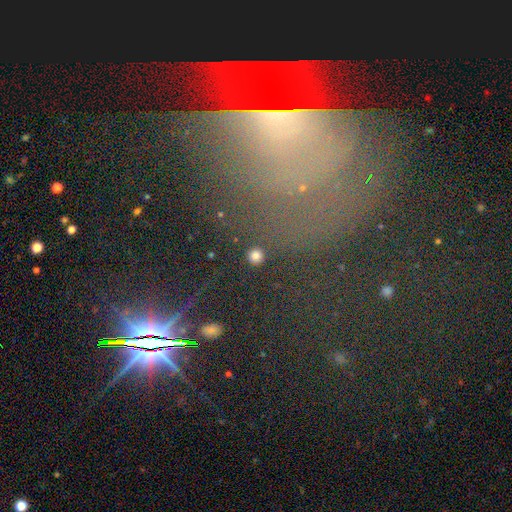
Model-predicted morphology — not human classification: A smooth galaxy with no disk features (81%) that is round (95%).

Vote fractions:
- Smooth or featured? smooth: 81% / star or artifact: 15% / featured or disk: 4%
- How rounded? round: 95% / in between: 4% / cigar-shaped: 1%
- Merging? none: 91% / minor disturbance: 4% / merger: 2% / major disturbance: 2%